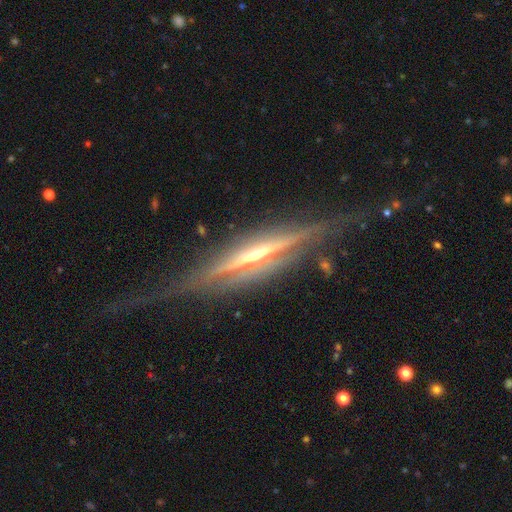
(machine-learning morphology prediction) Q: Smooth or featured?
A: featured or disk (87%); runner-up: smooth (8%)
Q: Edge-on disk?
A: yes (95%); runner-up: no (5%)
Q: Edge-on bulge?
A: rounded (80%); runner-up: none (11%)
Q: Merging?
A: none (73%); runner-up: minor disturbance (17%)